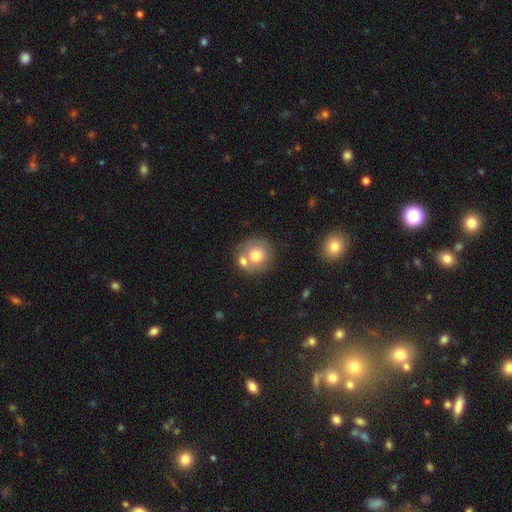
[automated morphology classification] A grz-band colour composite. It shows a smooth galaxy with no disk features (72%) that is round (88%). Merging: none (52%).